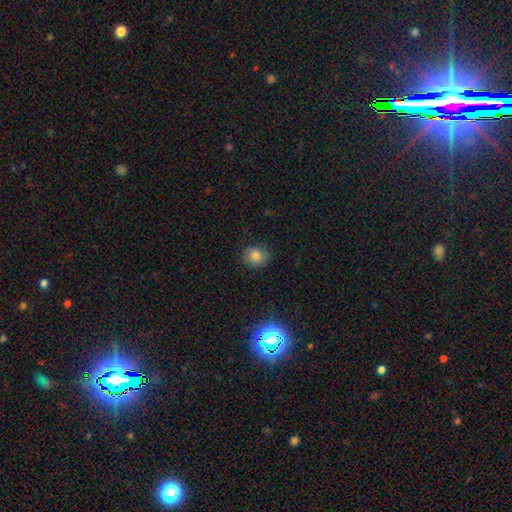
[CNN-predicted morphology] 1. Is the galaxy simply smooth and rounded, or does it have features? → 80% smooth, 12% star or artifact, 8% featured or disk.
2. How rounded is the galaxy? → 60% round, 40% in between, 1% cigar-shaped.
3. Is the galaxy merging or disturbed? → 80% none, 15% minor disturbance, 4% major disturbance, 1% merger.